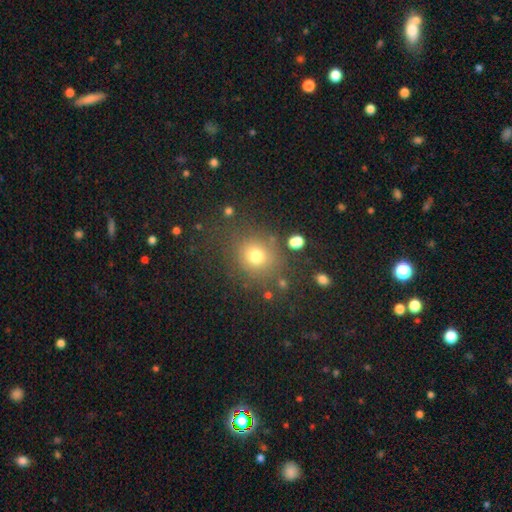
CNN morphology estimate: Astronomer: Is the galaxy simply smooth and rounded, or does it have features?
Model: smooth — 74%.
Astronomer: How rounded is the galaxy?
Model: round — 82%.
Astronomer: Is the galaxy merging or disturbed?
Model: none — 78%.